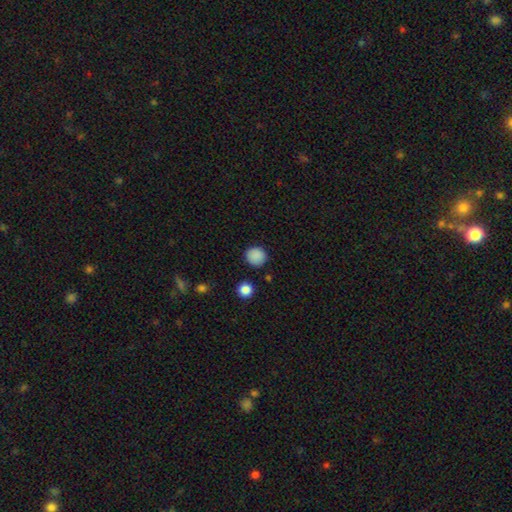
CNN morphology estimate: A smooth galaxy with no disk features (87%) that is round (91%). Merging: none (88%).